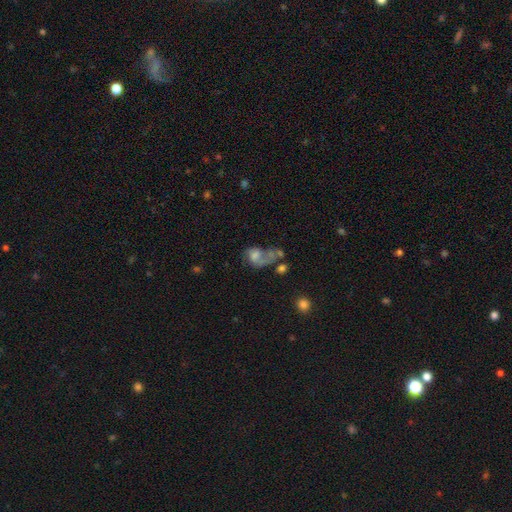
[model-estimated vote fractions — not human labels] A featured or disk galaxy (48%).

Vote fractions:
- Smooth or featured? featured or disk: 48% / smooth: 39% / star or artifact: 13%
- Merging? major disturbance: 41% / merger: 25% / none: 20% / minor disturbance: 14%